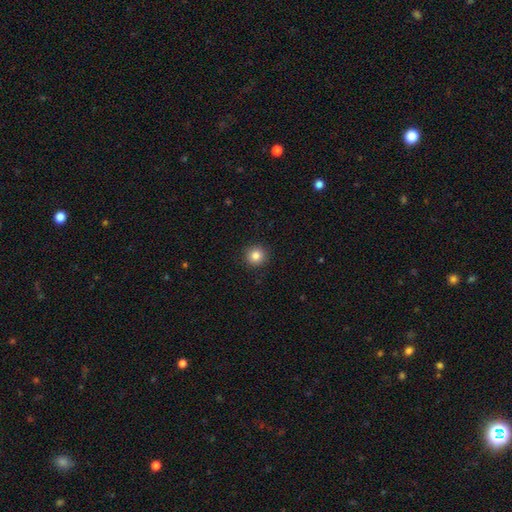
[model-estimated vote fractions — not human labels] Q: Smooth or featured?
A: smooth (83%); runner-up: star or artifact (11%)
Q: How rounded?
A: round (94%); runner-up: in between (5%)
Q: Merging?
A: none (92%); runner-up: minor disturbance (5%)